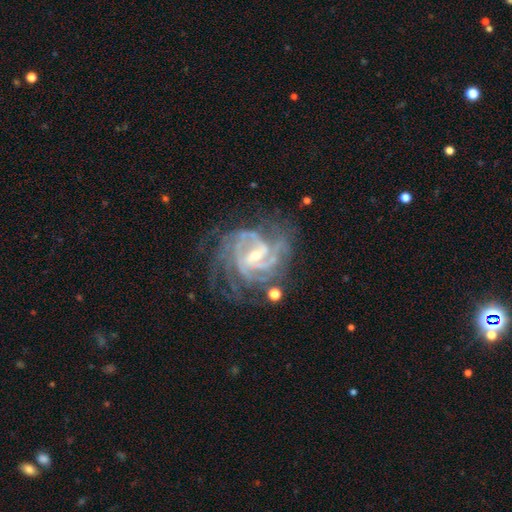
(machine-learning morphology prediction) type=featured or disk (91%); edge-on=no (98%); bar=weak (52%); spiral arms=yes (98%); winding=tight (58%); arm count=4 (26%); bulge=small (63%); merging=none (63%).